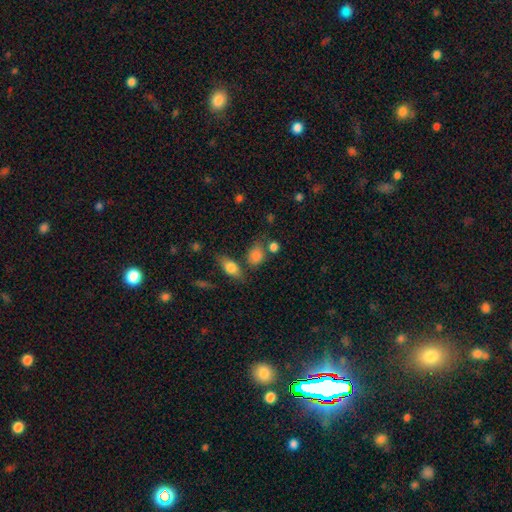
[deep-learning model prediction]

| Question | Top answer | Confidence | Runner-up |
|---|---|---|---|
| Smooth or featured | smooth | 77% | star or artifact (13%) |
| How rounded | in between | 55% | round (40%) |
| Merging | none | 63% | minor disturbance (17%) |